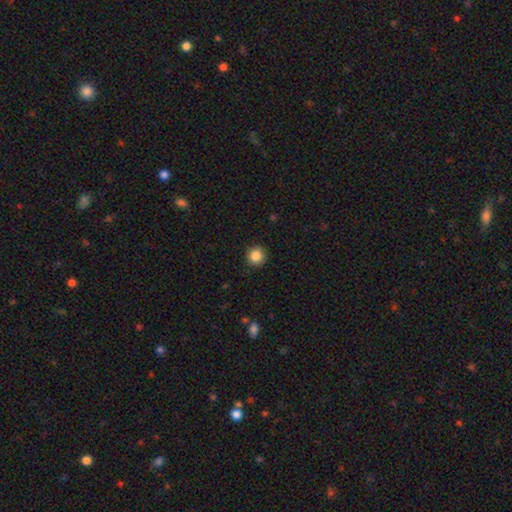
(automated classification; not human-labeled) This appears to be a smooth galaxy with no disk features (86%) that is round (93%). Merging: none (91%).